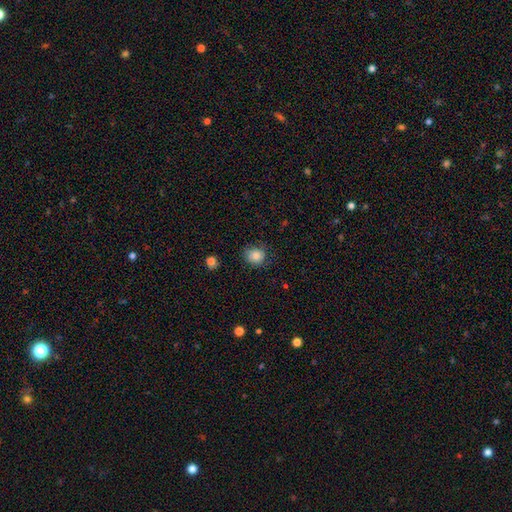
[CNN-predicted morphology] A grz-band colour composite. It shows a smooth galaxy with no disk features (84%) that is round (81%). Merging: none (79%).